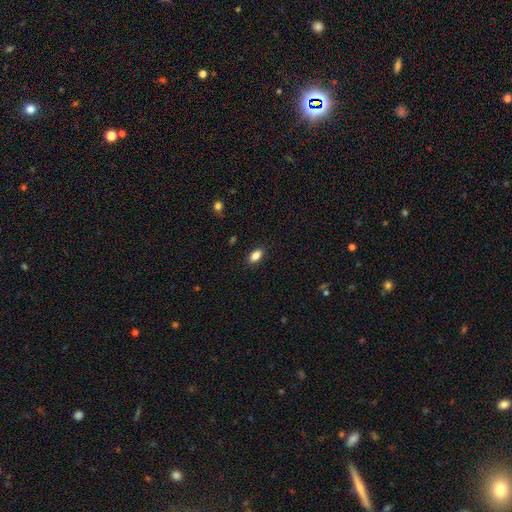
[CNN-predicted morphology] type=smooth (86%); roundness=in between (89%); merging=none (88%).